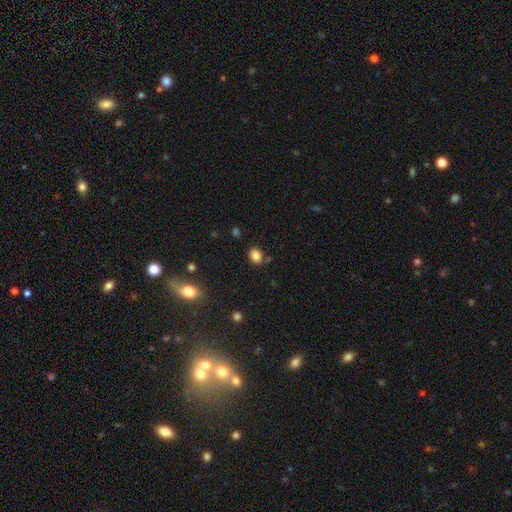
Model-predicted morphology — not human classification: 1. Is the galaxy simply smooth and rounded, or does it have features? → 84% smooth, 11% star or artifact, 5% featured or disk.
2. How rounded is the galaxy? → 64% in between, 35% round, 1% cigar-shaped.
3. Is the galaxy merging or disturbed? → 79% none, 13% minor disturbance, 5% merger, 3% major disturbance.